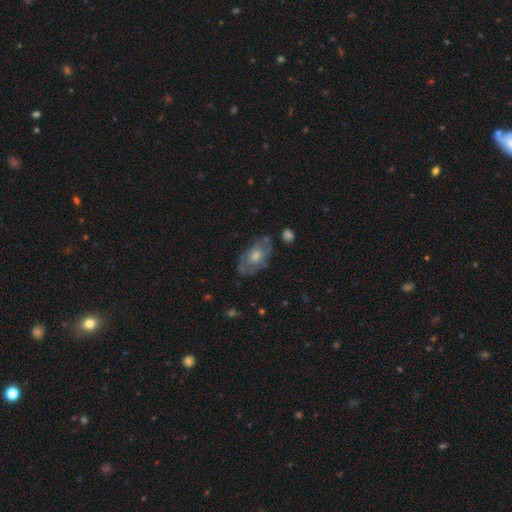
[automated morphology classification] featured or disk 52%, smooth 38%, star or artifact 10%. Down the decision tree: edge-on disk — no (90%); merging — none (69%).